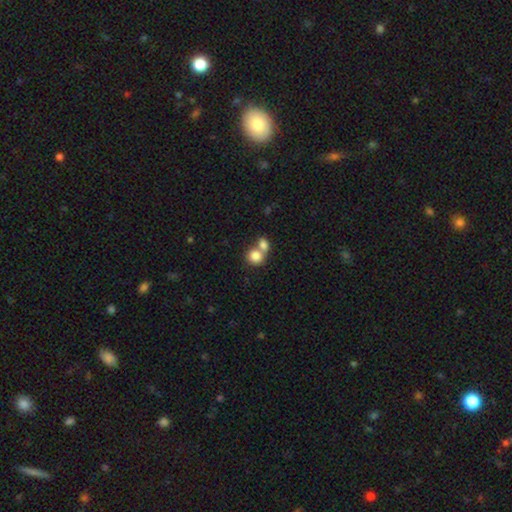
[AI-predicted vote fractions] A smooth galaxy with no disk features (82%) that is round (73%).

Vote fractions:
- Smooth or featured? smooth: 82% / featured or disk: 9% / star or artifact: 9%
- How rounded? round: 73% / in between: 26% / cigar-shaped: 1%
- Merging? merger: 57% / none: 34% / minor disturbance: 6% / major disturbance: 3%